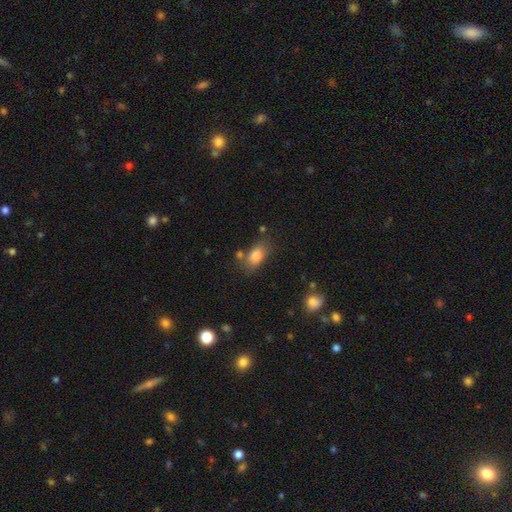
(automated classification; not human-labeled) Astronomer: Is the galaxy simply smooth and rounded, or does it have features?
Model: smooth — 83%.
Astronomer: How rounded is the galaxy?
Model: in between — 86%.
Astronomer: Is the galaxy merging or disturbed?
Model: none — 66%.